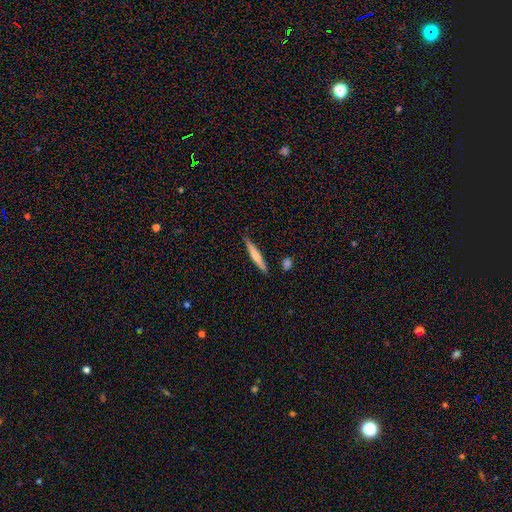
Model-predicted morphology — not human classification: smooth_or_featured: smooth (p=0.61) [alt: featured or disk p=0.34]
how_rounded: cigar-shaped (p=0.94) [alt: in between p=0.05]
merging: none (p=0.87) [alt: minor disturbance p=0.09]